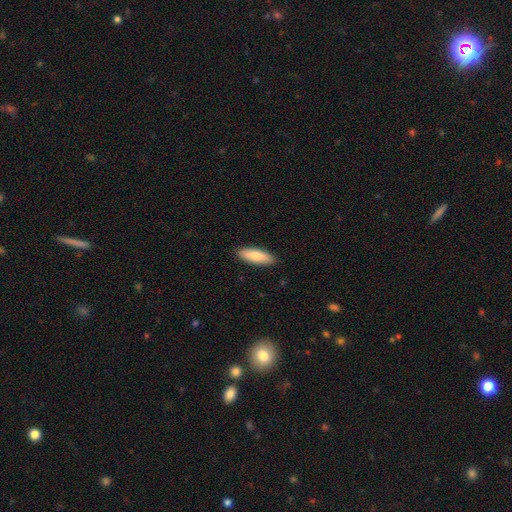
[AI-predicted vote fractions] This is clearly a smooth galaxy (82%). How rounded: possibly in between (53%). Merging: clearly none (90%).